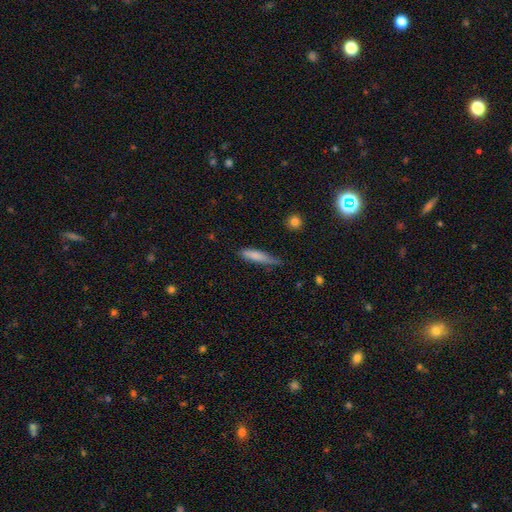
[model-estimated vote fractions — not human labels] A smooth galaxy with no disk features (78%) that is cigar-shaped (78%).

Vote fractions:
- Smooth or featured? smooth: 78% / featured or disk: 15% / star or artifact: 7%
- How rounded? cigar-shaped: 78% / in between: 20% / round: 2%
- Merging? none: 52% / minor disturbance: 36% / major disturbance: 8% / merger: 3%